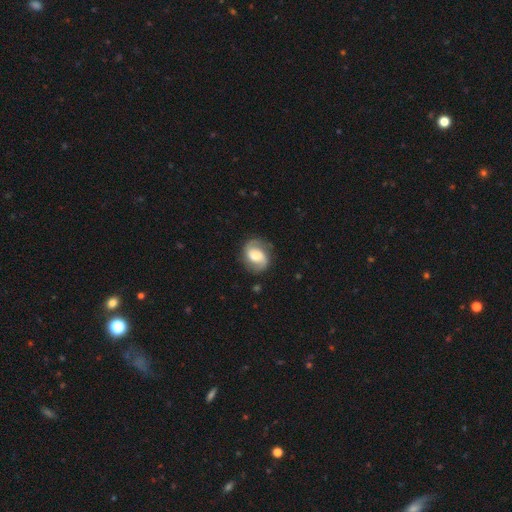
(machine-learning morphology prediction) smooth-or-featured: featured or disk: 75% | smooth: 19% | star or artifact: 6%
  disk-edge-on: no: 98% | yes: 2%
    bar: no: 43% | weak: 42% | strong: 15%
    has-spiral-arms: yes: 93% | no: 7%
      spiral-winding: medium: 48% | loose: 27% | tight: 26%
      spiral-arm-count: 2: 89% | can't tell: 4% | 1: 3% | 3: 1% | 4: 1% | more than 4: 1%
    bulge-size: moderate: 57% | large: 20% | small: 18% | dominant: 2% | none: 2%
  merging: none: 79% | minor disturbance: 14% | major disturbance: 5% | merger: 1%